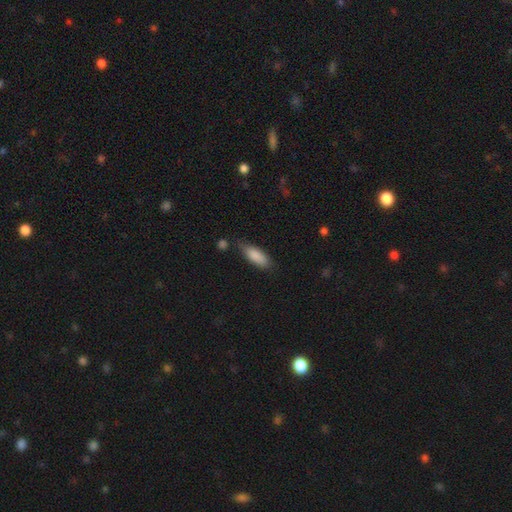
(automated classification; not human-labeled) Smooth or featured: smooth — 86% (featured or disk — 8%)
How rounded: in between — 72% (cigar-shaped — 26%)
Merging: none — 67% (minor disturbance — 24%)